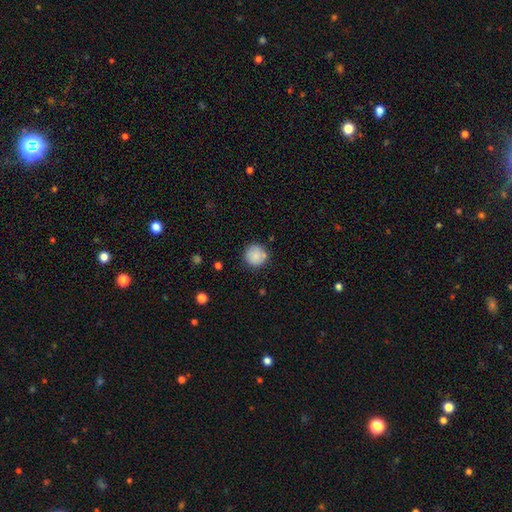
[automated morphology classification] Smooth or featured?
  - smooth: 85% *
  - star or artifact: 8%
  - featured or disk: 7%
How rounded?
  - round: 93% *
  - in between: 6%
  - cigar-shaped: 1%
Merging?
  - none: 79% *
  - minor disturbance: 12%
  - merger: 5%
  - major disturbance: 3%